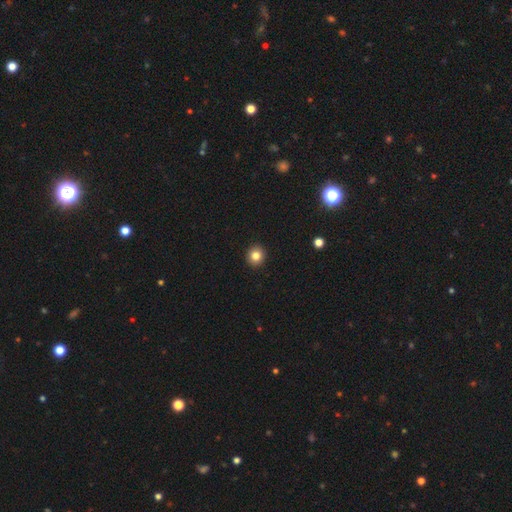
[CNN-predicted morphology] Q: Smooth or featured?
A: smooth (83%); runner-up: star or artifact (11%)
Q: How rounded?
A: round (89%); runner-up: in between (10%)
Q: Merging?
A: none (93%); runner-up: minor disturbance (4%)